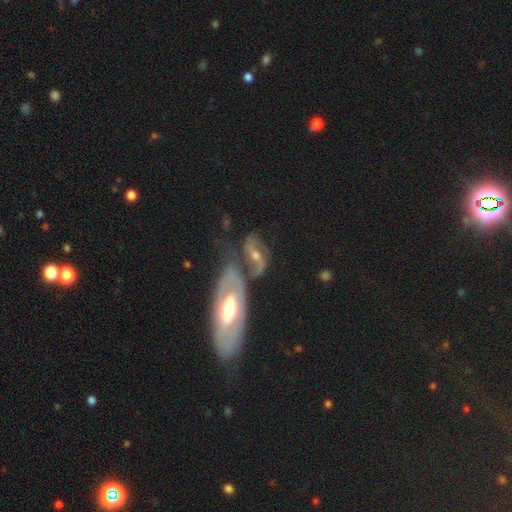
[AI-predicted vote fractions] Overall: featured or disk (76%). Edge-on disk: no (89%). Bar: no (38%, tied with weak). Spiral arms: yes (83%). Spiral arm count: 2 (81%). Spiral winding: medium (41%; loose 39%). Bulge size: moderate (60%; small 29%). Merging: none (38%; merger 37%).